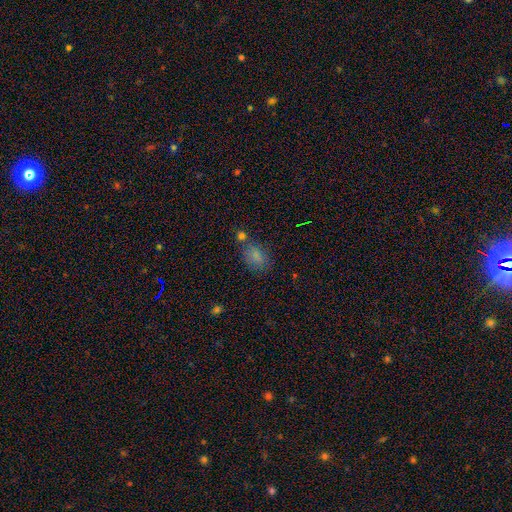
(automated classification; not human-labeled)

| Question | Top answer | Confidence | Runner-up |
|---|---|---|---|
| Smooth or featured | smooth | 77% | star or artifact (16%) |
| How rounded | in between | 80% | round (17%) |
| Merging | none | 60% | minor disturbance (19%) |